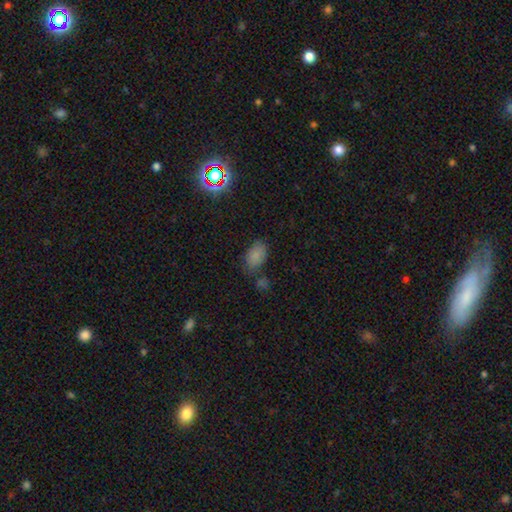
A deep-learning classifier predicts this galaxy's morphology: A smooth galaxy with no disk features (79%) that is in between round and cigar-shaped (91%). Merging: none (64%).